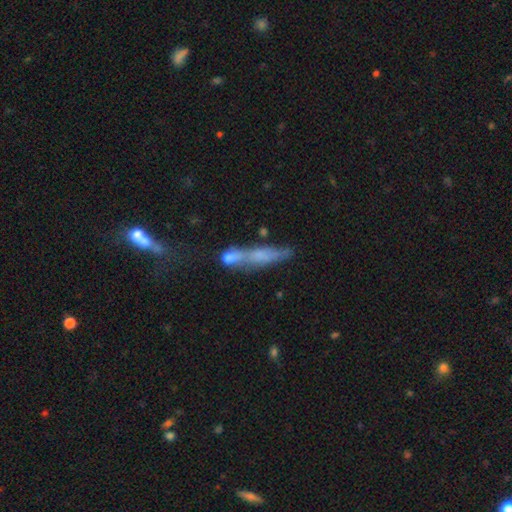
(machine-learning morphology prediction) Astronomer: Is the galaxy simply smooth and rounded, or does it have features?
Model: featured or disk — 45% (runner-up: smooth, 41%).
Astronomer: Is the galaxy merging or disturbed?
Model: none — 43% (runner-up: merger, 29%).